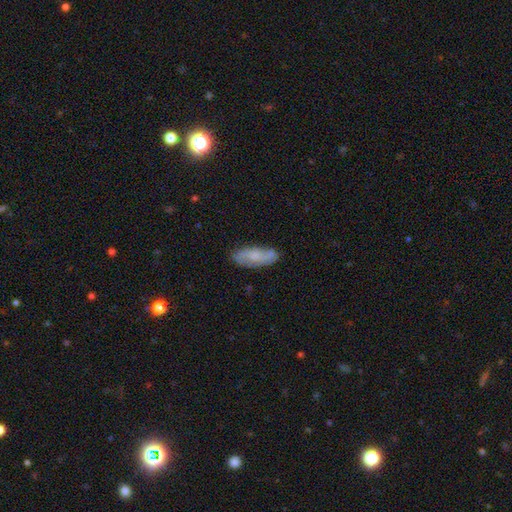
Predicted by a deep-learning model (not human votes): Smooth or featured? featured or disk (48%)
Merging? none (78%)